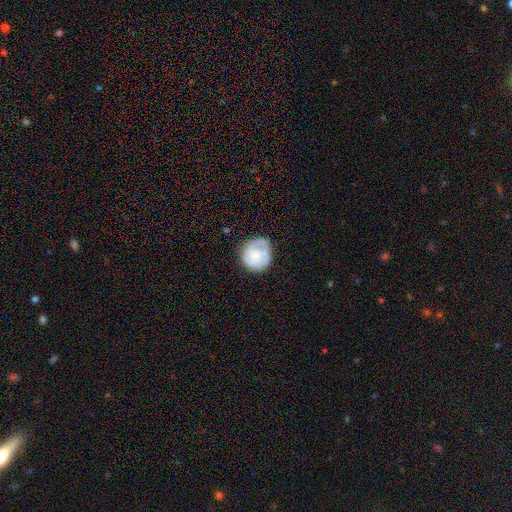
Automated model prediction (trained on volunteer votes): Smooth or featured? smooth (49%)
Merging? none (62%)